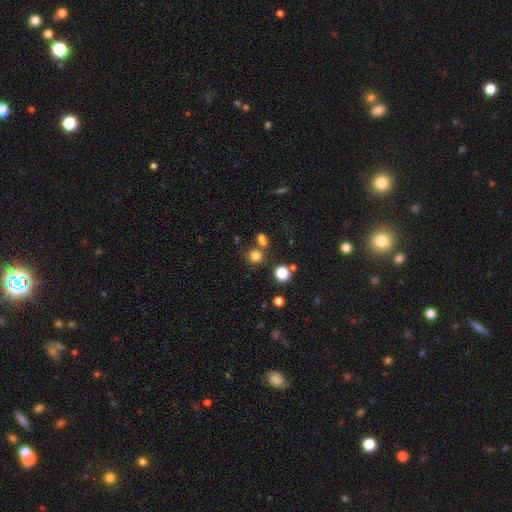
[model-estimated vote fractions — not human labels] Overall: smooth (76%). How rounded: round (86%). Merging: none (67%).